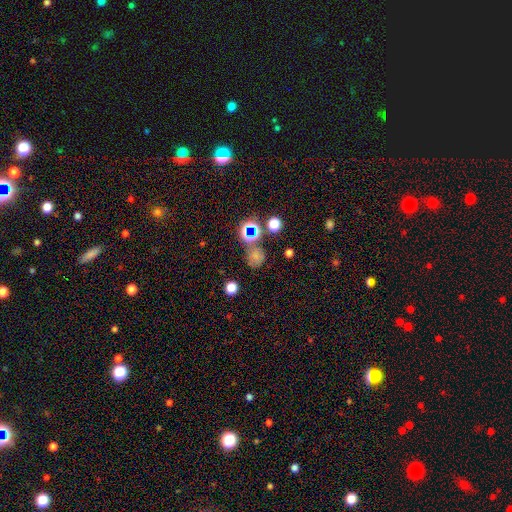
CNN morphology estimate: type=smooth (53%); roundness=round (74%); merging=none (52%).